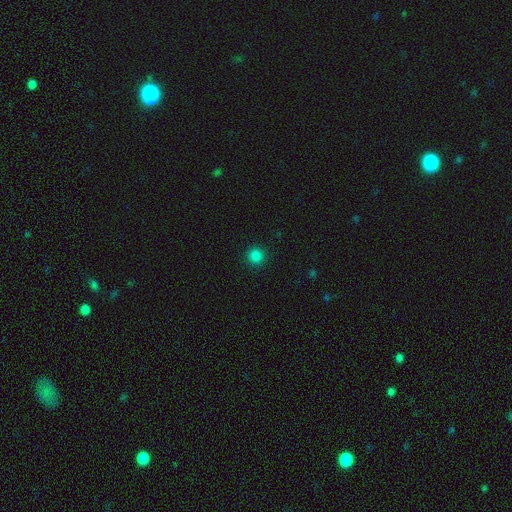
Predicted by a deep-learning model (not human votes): Morphology: type=smooth (84%); roundness=round (94%); merging=none (92%).